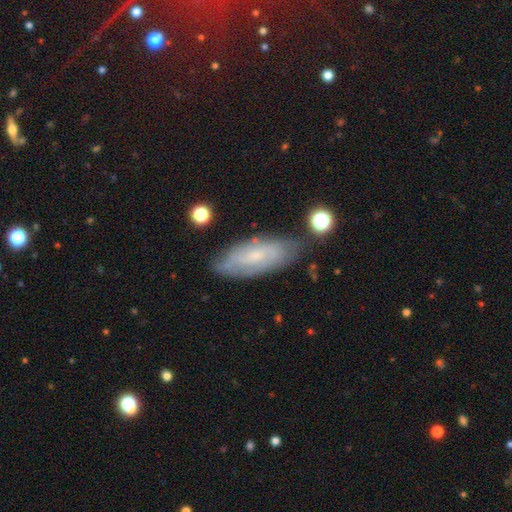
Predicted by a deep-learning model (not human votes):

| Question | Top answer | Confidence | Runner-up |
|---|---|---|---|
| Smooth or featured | featured or disk | 54% | smooth (38%) |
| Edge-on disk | no | 84% | yes (16%) |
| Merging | none | 71% | minor disturbance (21%) |